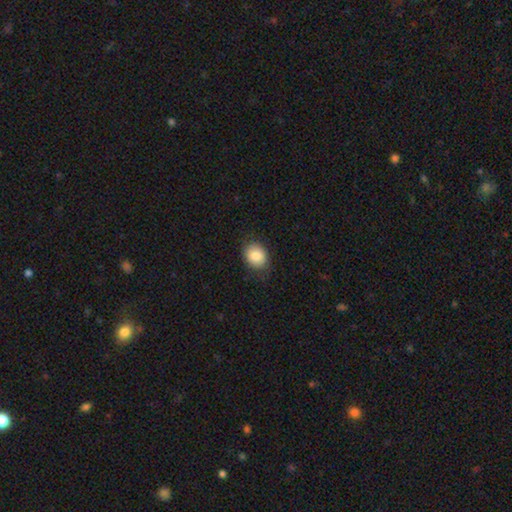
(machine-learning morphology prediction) Smooth or featured?
  - smooth: 85% *
  - star or artifact: 8%
  - featured or disk: 7%
How rounded?
  - round: 57% *
  - in between: 42%
  - cigar-shaped: 1%
Merging?
  - none: 83% *
  - minor disturbance: 13%
  - major disturbance: 3%
  - merger: 1%